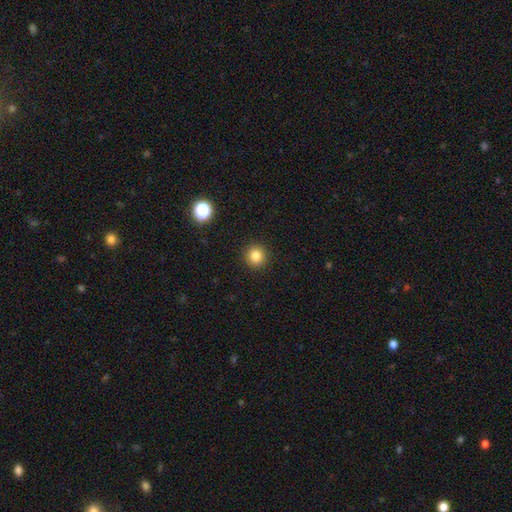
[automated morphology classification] Smooth or featured? Predicted: smooth (p=0.82). How rounded? Predicted: round (p=0.95). Merging? Predicted: none (p=0.92).